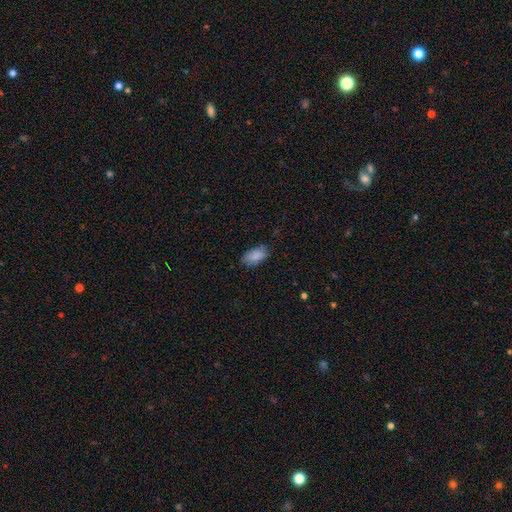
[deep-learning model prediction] Smooth or featured: smooth — 87% (star or artifact — 7%)
How rounded: in between — 93% (round — 4%)
Merging: none — 76% (minor disturbance — 19%)